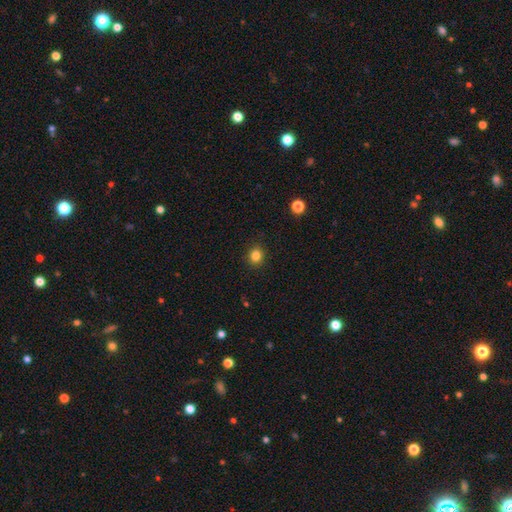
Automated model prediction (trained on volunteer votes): Overall: smooth (84%). How rounded: round (81%). Merging: none (91%).